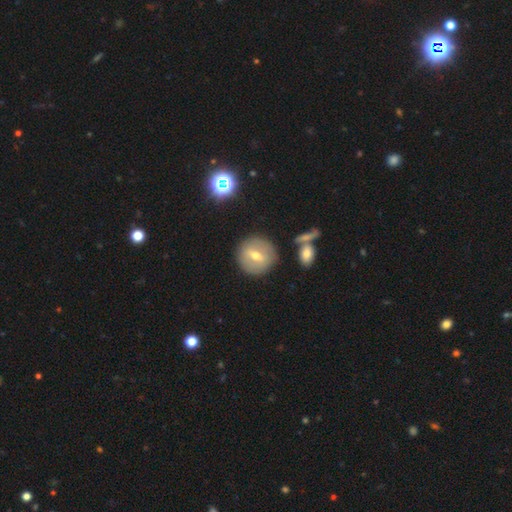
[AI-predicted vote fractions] This is possibly a smooth galaxy (50%). How rounded: clearly round (91%). Merging: clearly none (86%).